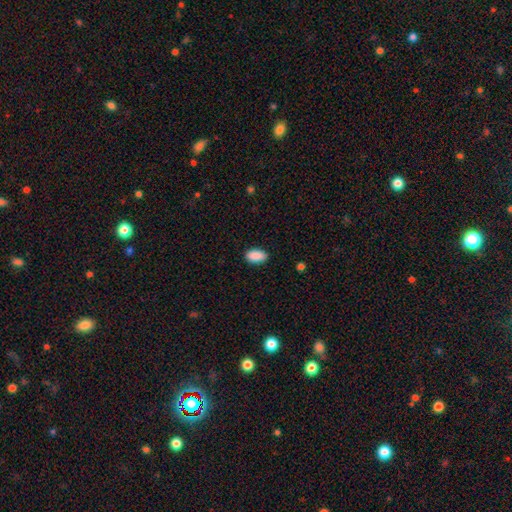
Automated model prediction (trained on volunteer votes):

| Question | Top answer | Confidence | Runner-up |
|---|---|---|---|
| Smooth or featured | smooth | 90% | star or artifact (7%) |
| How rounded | in between | 94% | round (4%) |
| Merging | none | 87% | minor disturbance (9%) |